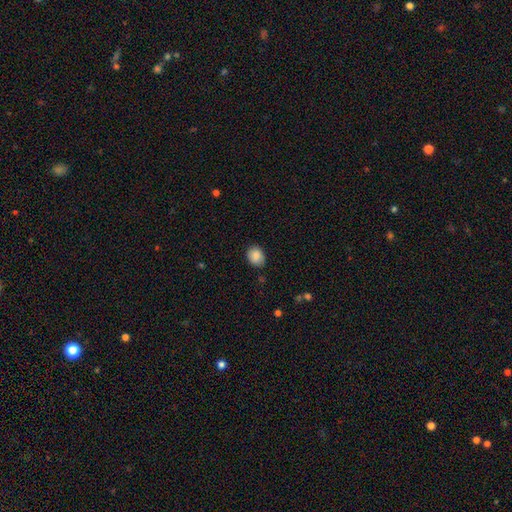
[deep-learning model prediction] Morphology: type=smooth (87%); roundness=round (51%); merging=none (82%).